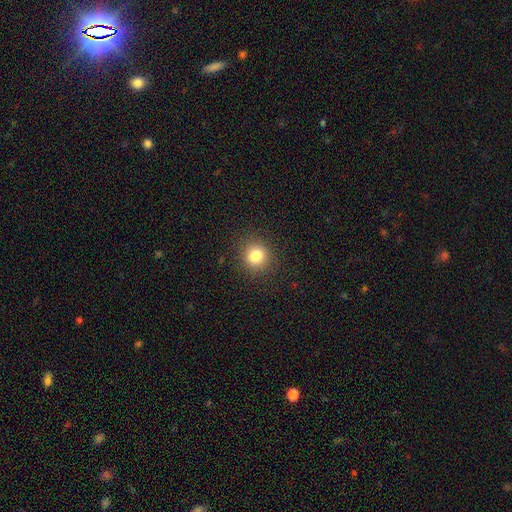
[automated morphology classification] Smooth or featured? Predicted: smooth (p=0.82). How rounded? Predicted: round (p=0.89). Merging? Predicted: none (p=0.90).